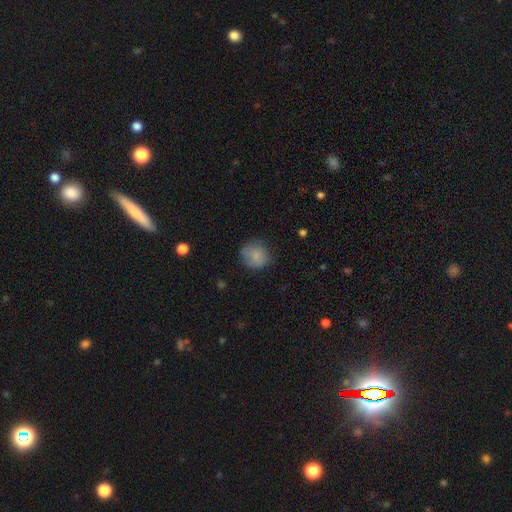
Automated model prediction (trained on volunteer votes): Smooth or featured: smooth — 83% (star or artifact — 9%)
How rounded: round — 83% (in between — 16%)
Merging: none — 76% (minor disturbance — 18%)